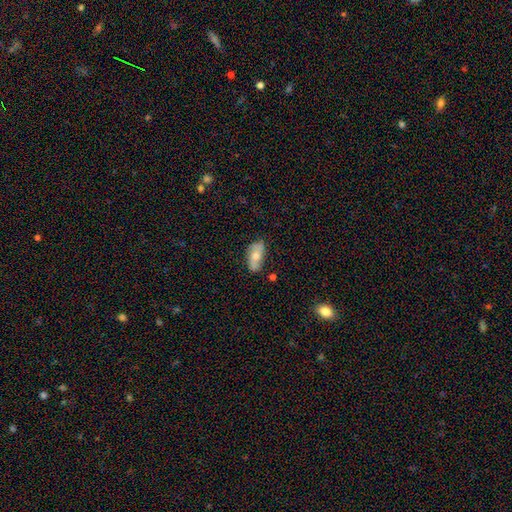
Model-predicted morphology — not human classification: Smooth or featured?
  - smooth: 60% *
  - featured or disk: 33%
  - star or artifact: 7%
How rounded?
  - in between: 90% *
  - cigar-shaped: 6%
  - round: 4%
Merging?
  - none: 68% *
  - minor disturbance: 24%
  - major disturbance: 5%
  - merger: 3%